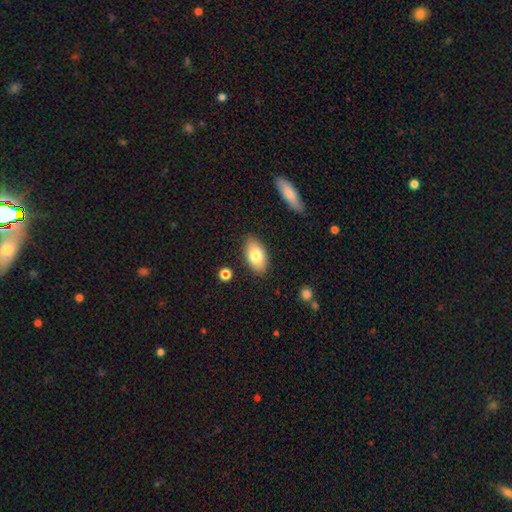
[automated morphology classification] Smooth or featured: smooth — 78% (featured or disk — 15%)
How rounded: in between — 93% (round — 4%)
Merging: none — 86% (minor disturbance — 10%)